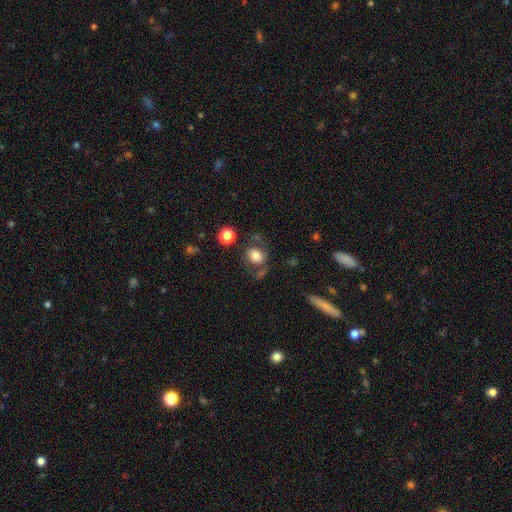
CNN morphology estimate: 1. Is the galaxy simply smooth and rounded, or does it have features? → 75% smooth, 15% featured or disk, 10% star or artifact.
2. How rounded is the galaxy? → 53% round, 46% in between, 1% cigar-shaped.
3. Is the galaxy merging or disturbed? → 62% none, 17% minor disturbance, 11% major disturbance, 9% merger.